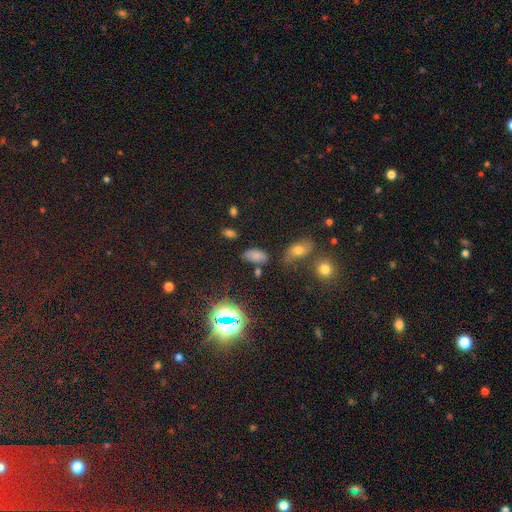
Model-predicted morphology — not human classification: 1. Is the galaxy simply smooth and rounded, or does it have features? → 69% smooth, 23% star or artifact, 8% featured or disk.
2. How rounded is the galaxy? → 92% in between, 5% round, 3% cigar-shaped.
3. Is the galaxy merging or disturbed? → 70% none, 17% minor disturbance, 7% merger, 6% major disturbance.